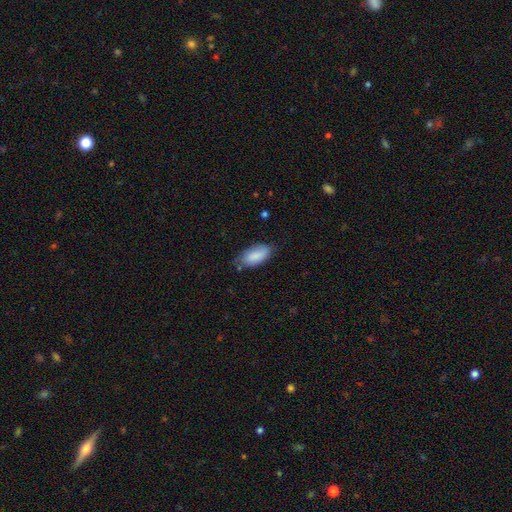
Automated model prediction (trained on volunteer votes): smooth 85%, featured or disk 9%, star or artifact 6%. Down the decision tree: how rounded — in between (91%); merging — none (65%).